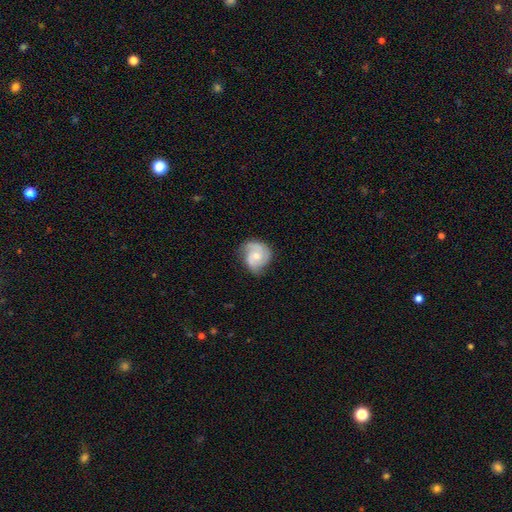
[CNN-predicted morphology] Overall: featured or disk (69%). Edge-on disk: no (98%). Bar: no (69%). Spiral arms: yes (93%). Spiral arm count: 2 (52%; 3 25%). Spiral winding: medium (45%; tight 39%). Bulge size: moderate (48%; small 46%). Merging: none (63%; minor disturbance 26%).